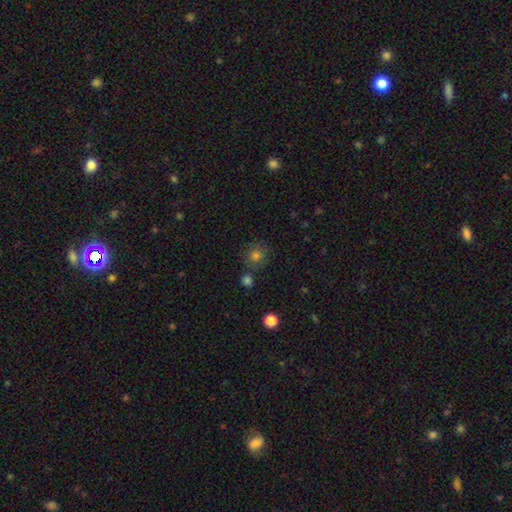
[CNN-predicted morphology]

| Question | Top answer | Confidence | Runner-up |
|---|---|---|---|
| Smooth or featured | smooth | 74% | star or artifact (17%) |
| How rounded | round | 86% | in between (13%) |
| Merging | none | 77% | minor disturbance (11%) |